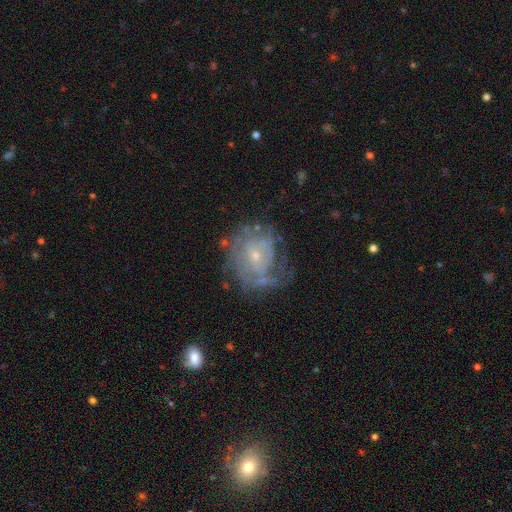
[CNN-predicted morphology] A featured or disk galaxy (76%) with no bar (68%), tight (60%) spiral arms (80%) and a small central bulge (71%).

Vote fractions:
- Smooth or featured? featured or disk: 76% / smooth: 15% / star or artifact: 9%
- Edge-on disk? no: 97% / yes: 3%
- Bar? no: 68% / weak: 27% / strong: 4%
- Spiral arms? yes: 80% / no: 20%
- Spiral winding? tight: 60% / medium: 29% / loose: 11%
- Spiral arm count? can't tell: 56% / 2: 17% / 3: 10% / 1: 6% / 4: 6% / more than 4: 4%
- Bulge size? small: 71% / moderate: 24% / none: 2% / large: 1% / dominant: 1%
- Merging? none: 56% / minor disturbance: 23% / major disturbance: 18% / merger: 3%